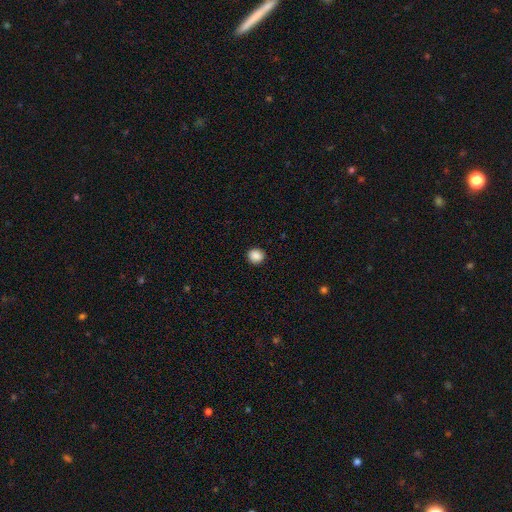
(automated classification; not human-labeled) Morphology: type=smooth (88%); roundness=round (89%); merging=none (92%).